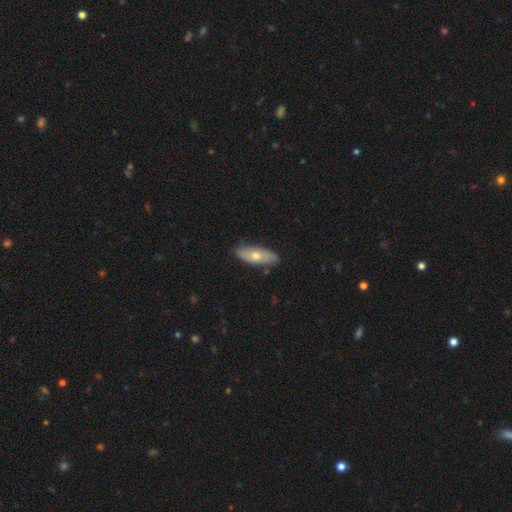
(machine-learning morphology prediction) smooth_or_featured: smooth (p=0.60) [alt: featured or disk p=0.35]
how_rounded: in between (p=0.75) [alt: cigar-shaped p=0.22]
merging: none (p=0.83) [alt: minor disturbance p=0.14]